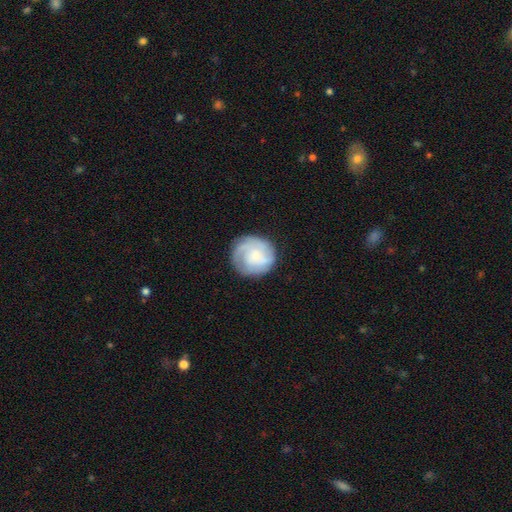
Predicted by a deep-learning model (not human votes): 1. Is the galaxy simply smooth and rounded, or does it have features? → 62% featured or disk, 31% smooth, 7% star or artifact.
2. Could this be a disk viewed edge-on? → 98% no, 2% yes.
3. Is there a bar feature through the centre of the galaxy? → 72% no, 24% weak, 4% strong.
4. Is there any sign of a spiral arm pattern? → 90% yes, 10% no.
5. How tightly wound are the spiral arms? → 56% tight, 32% medium, 11% loose.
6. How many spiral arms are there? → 30% can't tell (tied), 30% 3 (tied), 19% 2, 8% 1, 8% 4, 5% more than 4.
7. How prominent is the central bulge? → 49% small, 26% moderate, 15% none, 8% large, 2% dominant.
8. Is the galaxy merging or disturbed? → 78% none, 15% minor disturbance, 6% major disturbance, 1% merger.